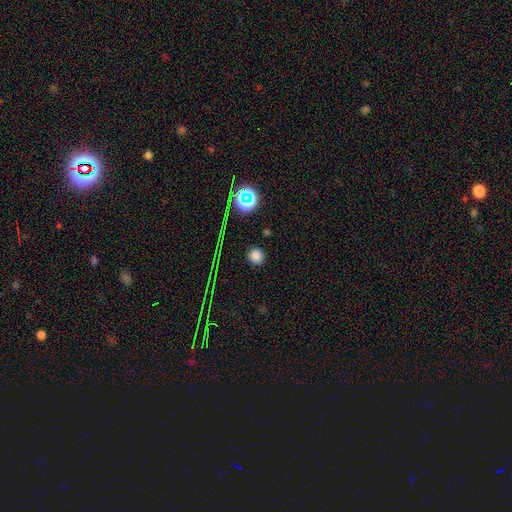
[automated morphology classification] smooth_or_featured: smooth (p=0.76) [alt: star or artifact p=0.19]
how_rounded: round (p=0.91) [alt: in between p=0.08]
merging: none (p=0.90) [alt: minor disturbance p=0.06]